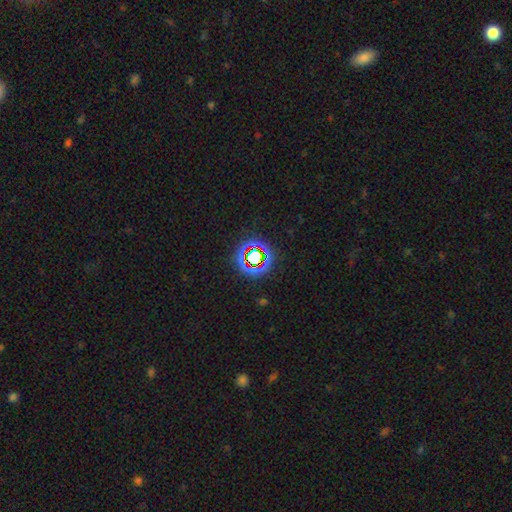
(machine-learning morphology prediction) smooth_or_featured: star or artifact (p=0.70) [alt: smooth p=0.20]